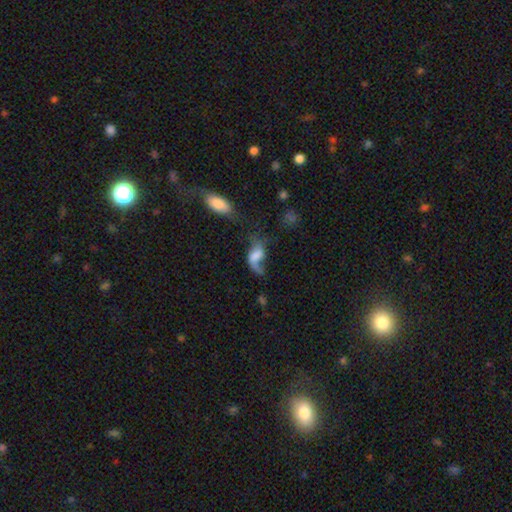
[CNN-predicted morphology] smooth_or_featured: featured or disk (p=0.47) [alt: smooth p=0.41]
merging: major disturbance (p=0.39) [alt: none p=0.25]